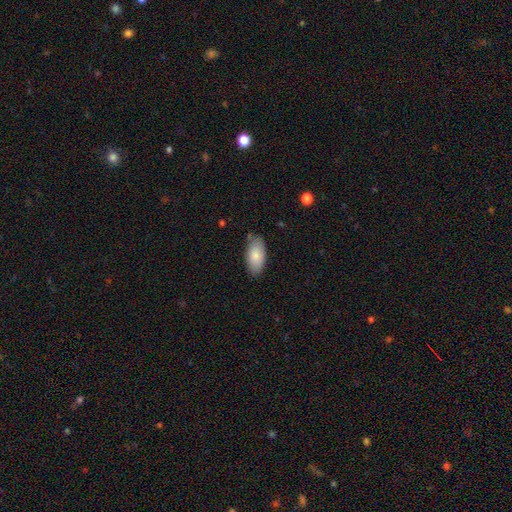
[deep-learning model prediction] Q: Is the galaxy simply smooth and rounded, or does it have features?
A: smooth — 83%.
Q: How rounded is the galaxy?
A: in between — 93%.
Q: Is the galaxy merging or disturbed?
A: none — 79%.